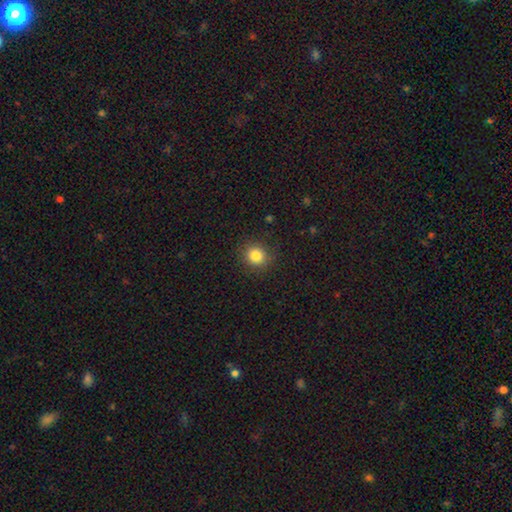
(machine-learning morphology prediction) A smooth galaxy with no disk features (84%) that is round (86%).

Vote fractions:
- Smooth or featured? smooth: 84% / star or artifact: 11% / featured or disk: 5%
- How rounded? round: 86% / in between: 14% / cigar-shaped: 1%
- Merging? none: 89% / minor disturbance: 7% / major disturbance: 3% / merger: 1%